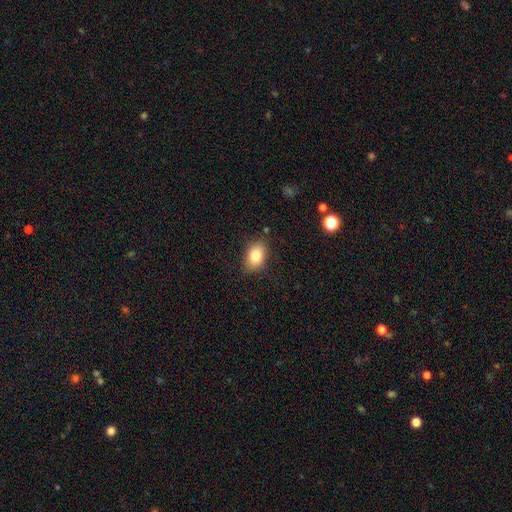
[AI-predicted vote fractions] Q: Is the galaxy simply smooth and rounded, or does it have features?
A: smooth — 82%.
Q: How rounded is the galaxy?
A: in between — 81%.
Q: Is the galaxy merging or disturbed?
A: none — 82%.